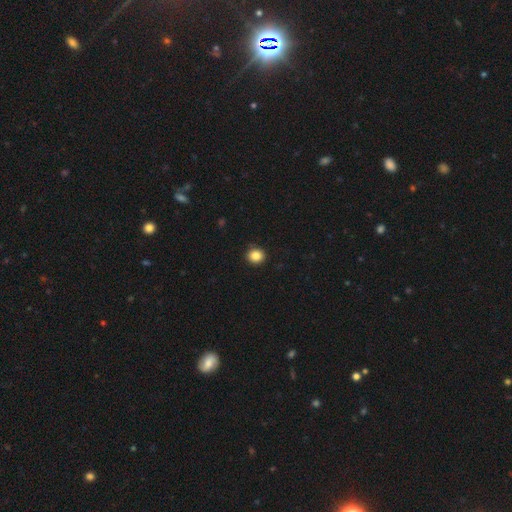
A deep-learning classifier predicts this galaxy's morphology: This is clearly a smooth galaxy (85%). How rounded: clearly round (84%). Merging: clearly none (90%).